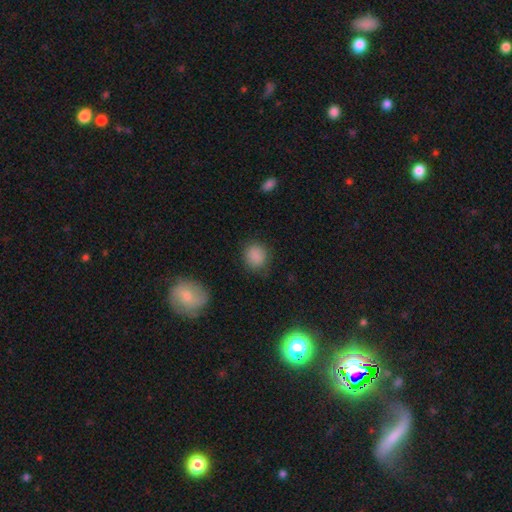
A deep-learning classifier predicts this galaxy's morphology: Smooth or featured: smooth — 86% (star or artifact — 10%)
How rounded: round — 74% (in between — 25%)
Merging: none — 80% (minor disturbance — 14%)